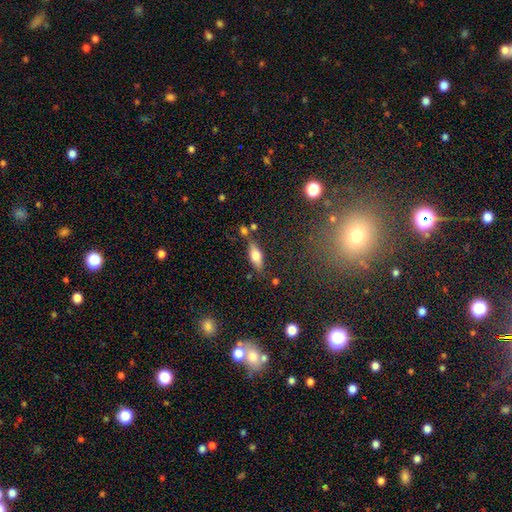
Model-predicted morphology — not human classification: Smooth or featured? Predicted: smooth (p=0.68). How rounded? Predicted: in between (p=0.74). Merging? Predicted: none (p=0.73).